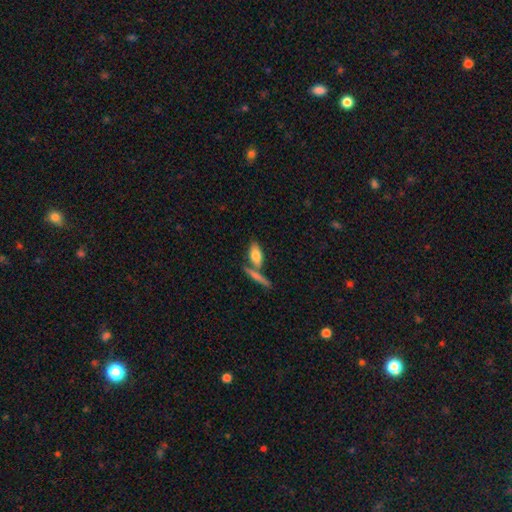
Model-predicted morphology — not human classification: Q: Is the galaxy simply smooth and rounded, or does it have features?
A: smooth — 76%.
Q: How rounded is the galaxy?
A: in between — 77%.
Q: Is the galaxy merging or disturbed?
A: none — 54%.